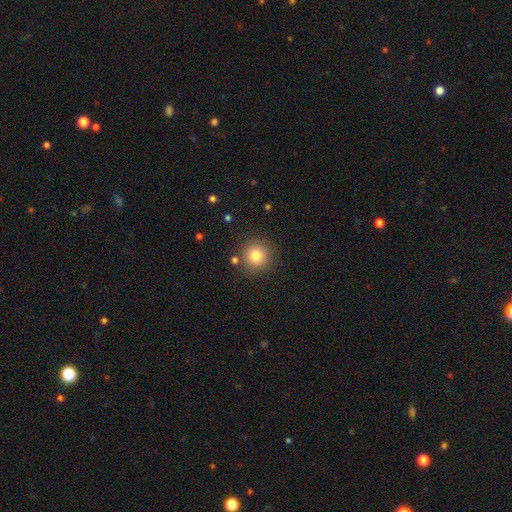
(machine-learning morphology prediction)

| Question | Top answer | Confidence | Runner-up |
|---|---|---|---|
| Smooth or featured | smooth | 81% | star or artifact (11%) |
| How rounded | round | 94% | in between (5%) |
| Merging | none | 85% | minor disturbance (8%) |